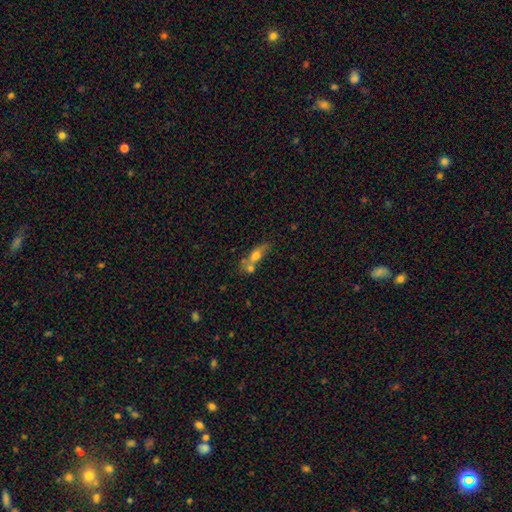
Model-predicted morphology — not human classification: smooth 58%, featured or disk 33%, star or artifact 9%. Down the decision tree: how rounded — in between (59%); merging — merger (42%).